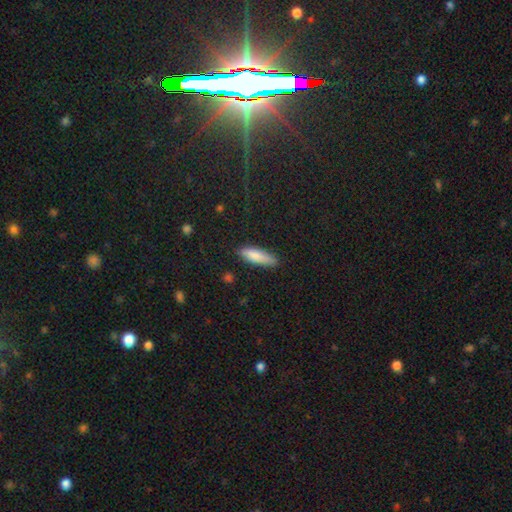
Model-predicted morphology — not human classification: Overall: smooth (81%). How rounded: cigar-shaped (62%; in between 36%). Merging: none (82%).